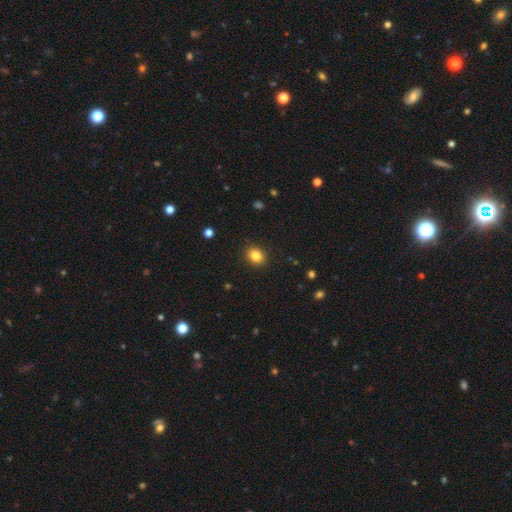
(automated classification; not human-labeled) smooth 84%, star or artifact 11%, featured or disk 5%. Down the decision tree: how rounded — round (60%); merging — none (90%).